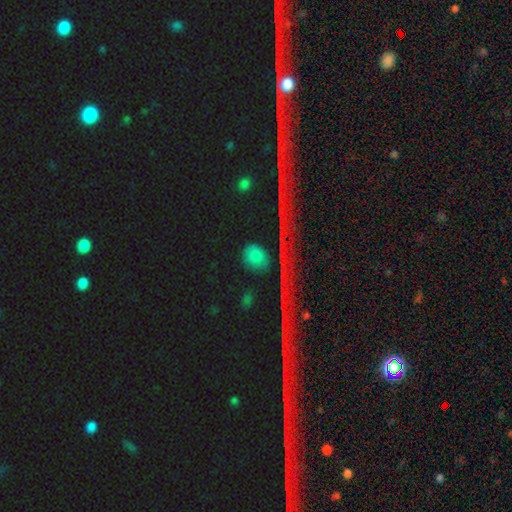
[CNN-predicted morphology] Overall: smooth (64%; star or artifact 27%). How rounded: round (72%). Merging: none (81%).